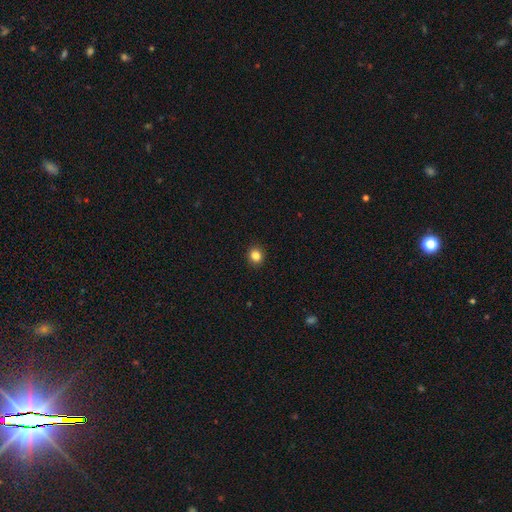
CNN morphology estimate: Overall: smooth (84%). How rounded: round (81%). Merging: none (92%).